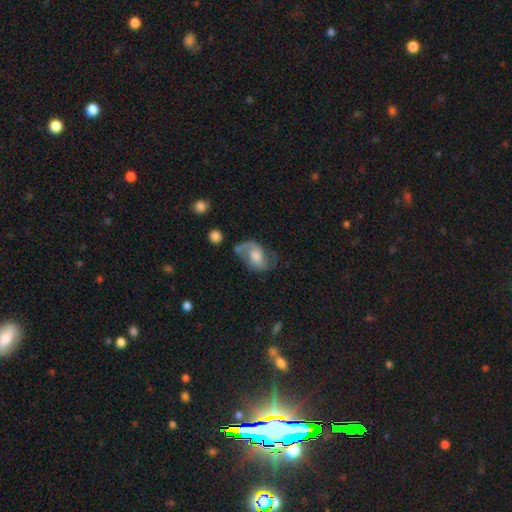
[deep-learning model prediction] Smooth or featured?
  - featured or disk: 66% *
  - smooth: 26%
  - star or artifact: 8%
Edge-on disk?
  - no: 96% *
  - yes: 4%
Bar?
  - no: 58% *
  - weak: 34%
  - strong: 7%
Spiral arms?
  - yes: 86% *
  - no: 14%
Spiral winding?
  - medium: 43% *
  - loose: 41%
  - tight: 16%
Spiral arm count?
  - 2: 77% *
  - 1: 12%
  - can't tell: 8%
  - 3: 1%
  - 4: 1%
  - more than 4: 1%
Bulge size?
  - moderate: 51% *
  - large: 25%
  - small: 16%
  - none: 5%
  - dominant: 2%
Merging?
  - none: 52% *
  - minor disturbance: 25%
  - major disturbance: 18%
  - merger: 4%